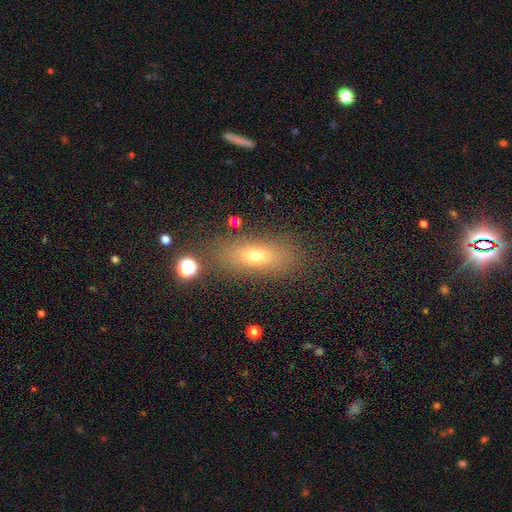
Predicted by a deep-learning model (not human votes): A smooth galaxy with no disk features (68%) that is in between round and cigar-shaped (64%).

Vote fractions:
- Smooth or featured? smooth: 68% / featured or disk: 19% / star or artifact: 13%
- How rounded? in between: 64% / cigar-shaped: 29% / round: 7%
- Merging? none: 80% / minor disturbance: 12% / major disturbance: 5% / merger: 4%